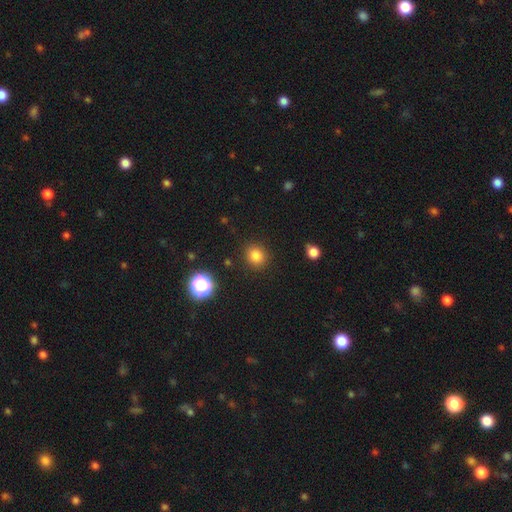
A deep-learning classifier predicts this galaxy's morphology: Smooth or featured? smooth (82%)
How rounded? round (87%)
Merging? none (90%)